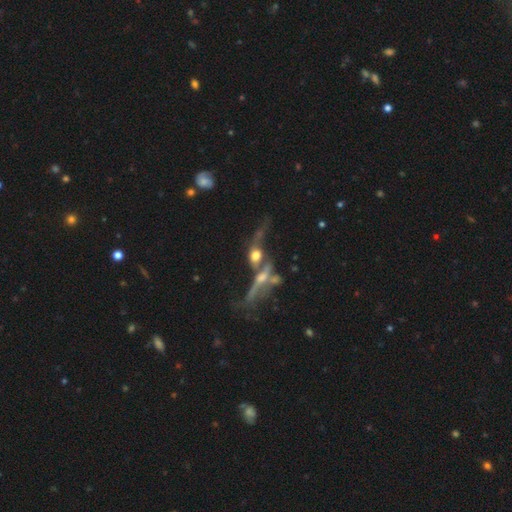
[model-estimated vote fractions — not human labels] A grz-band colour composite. It shows a featured or disk galaxy (54%). Merging: merger (60%).